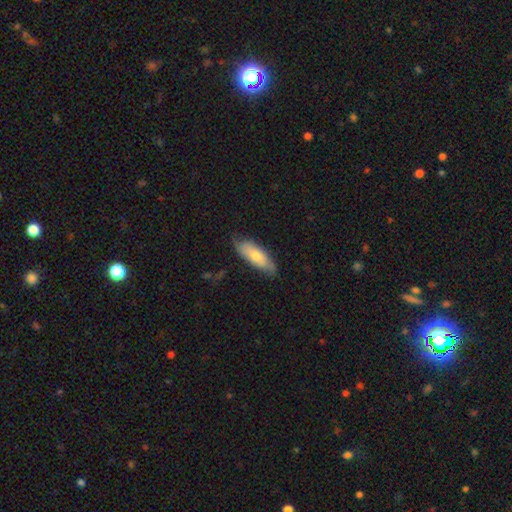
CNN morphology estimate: smooth-or-featured: smooth: 63% | featured or disk: 31% | star or artifact: 6%
  how-rounded: in between: 70% | cigar-shaped: 27% | round: 2%
  merging: none: 73% | minor disturbance: 22% | major disturbance: 4% | merger: 1%